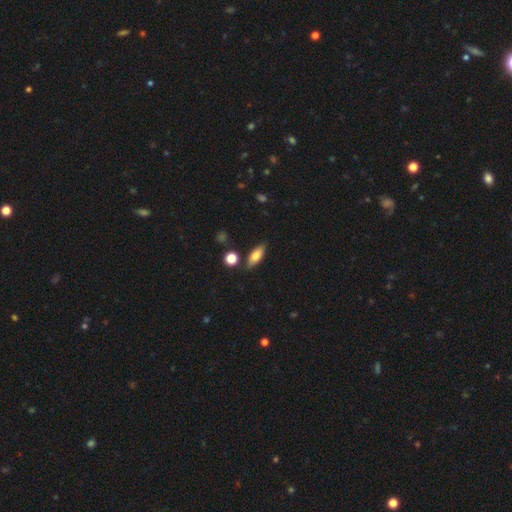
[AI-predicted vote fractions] smooth 74%, featured or disk 19%, star or artifact 8%. Down the decision tree: how rounded — in between (72%); merging — none (80%).